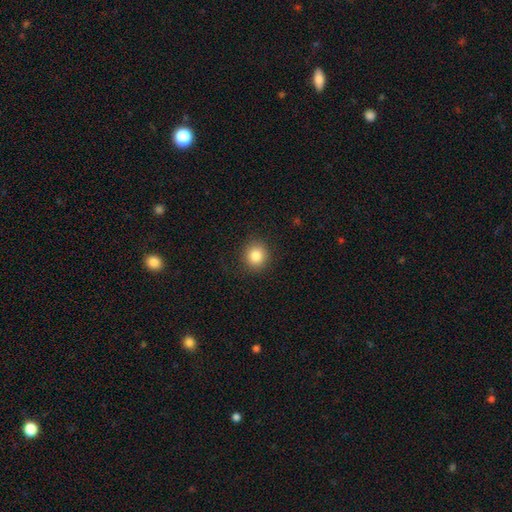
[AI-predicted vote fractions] smooth-or-featured: smooth: 84% | star or artifact: 10% | featured or disk: 5%
  how-rounded: round: 87% | in between: 12% | cigar-shaped: 1%
  merging: none: 89% | minor disturbance: 7% | major disturbance: 3% | merger: 1%